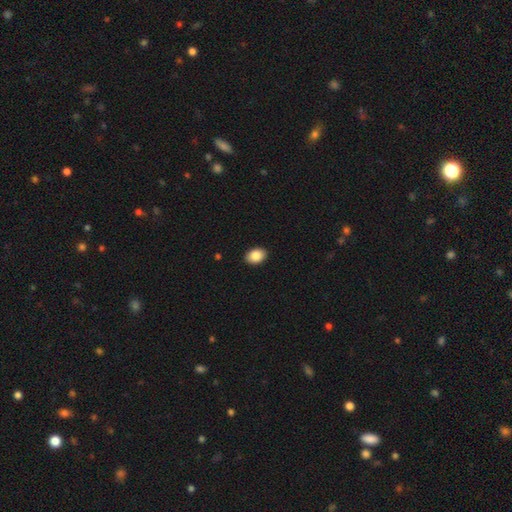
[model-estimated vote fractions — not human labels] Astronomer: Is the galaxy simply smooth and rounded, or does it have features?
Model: smooth — 87%.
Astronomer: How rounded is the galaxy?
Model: in between — 80%.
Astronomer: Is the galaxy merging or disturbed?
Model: none — 91%.